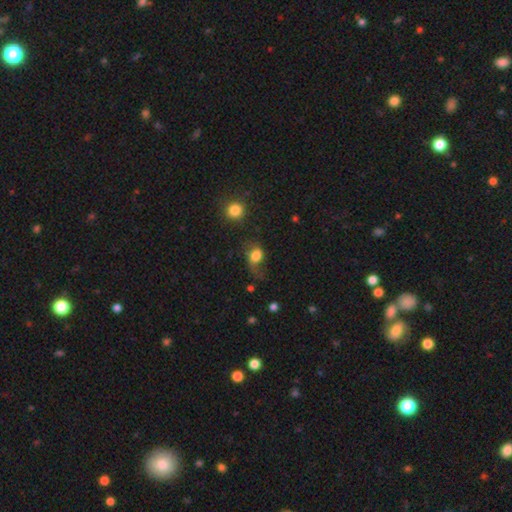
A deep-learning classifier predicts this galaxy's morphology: This is likely a smooth galaxy (74%). How rounded: possibly in between (58%). Merging: marginally major disturbance (42%).